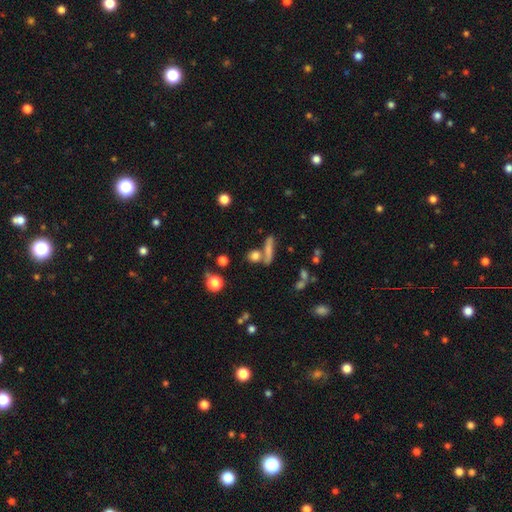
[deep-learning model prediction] Smooth or featured?
  - smooth: 74% *
  - star or artifact: 14%
  - featured or disk: 13%
How rounded?
  - round: 56% *
  - in between: 22%
  - cigar-shaped: 22%
Merging?
  - none: 61% *
  - merger: 24%
  - minor disturbance: 9%
  - major disturbance: 5%